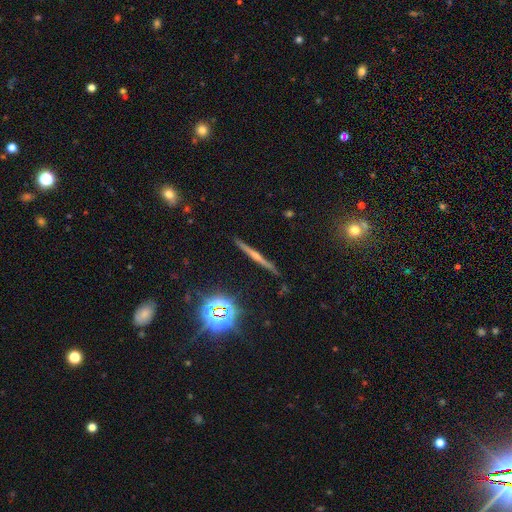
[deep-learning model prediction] Smooth or featured: featured or disk — 63% (smooth — 19%)
Edge-on disk: yes — 97% (no — 3%)
Edge-on bulge: rounded — 63% (none — 29%)
Merging: none — 90% (minor disturbance — 7%)